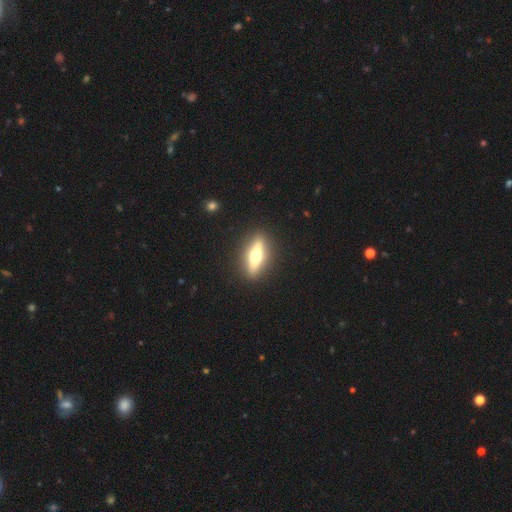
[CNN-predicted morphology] Overall: featured or disk (49%; smooth 45%). Merging: none (90%).